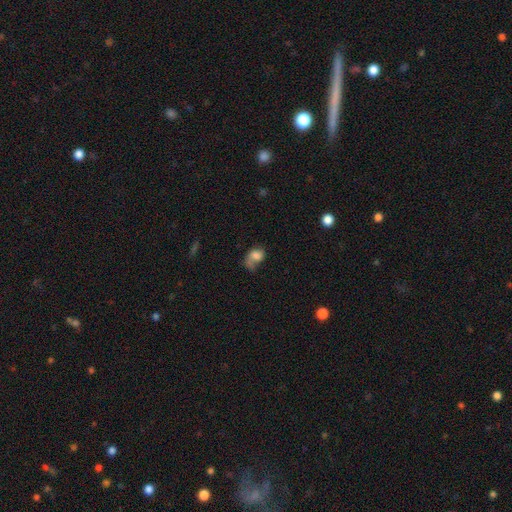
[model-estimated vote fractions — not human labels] The model was most divided on "merging": major disturbance: 44%, none: 23%, minor disturbance: 22%, merger: 11%. More confident: how rounded — in between (67%); smooth or featured — smooth (64%).